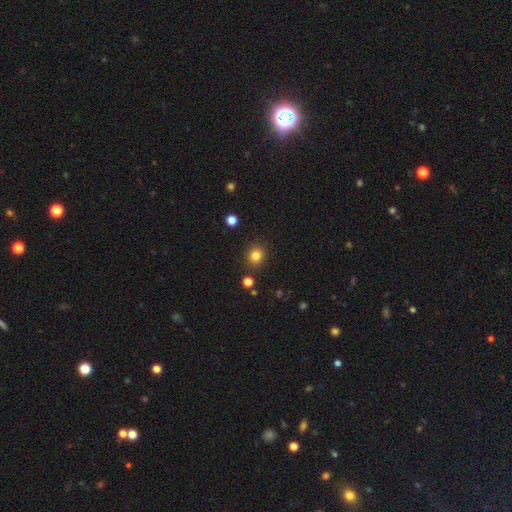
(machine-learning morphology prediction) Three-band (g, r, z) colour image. It shows a smooth galaxy with no disk features (82%) that is round (82%). Merging: none (88%).